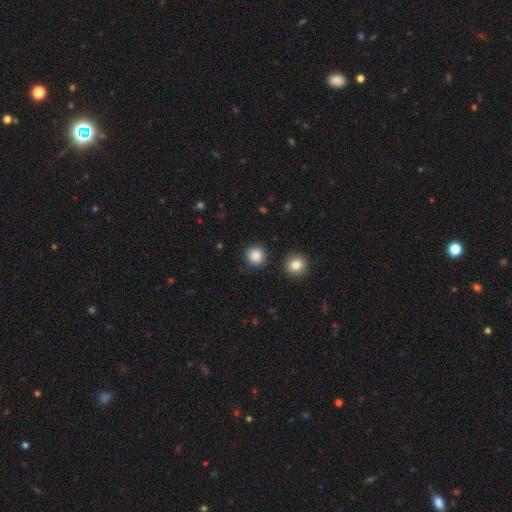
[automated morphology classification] Smooth or featured? Predicted: smooth (p=0.87). How rounded? Predicted: round (p=0.93). Merging? Predicted: none (p=0.90).